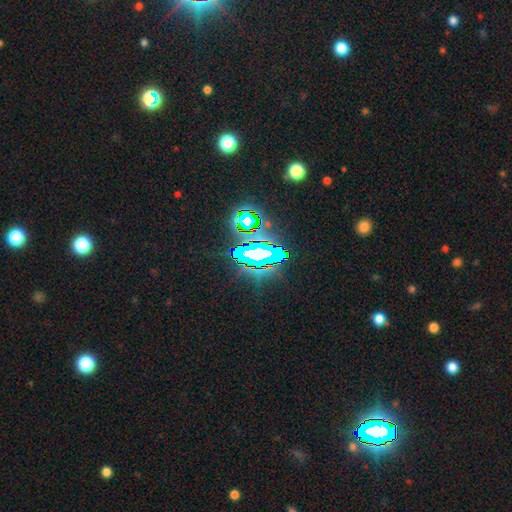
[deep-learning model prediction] Q: Smooth or featured?
A: star or artifact (72%); runner-up: featured or disk (14%)